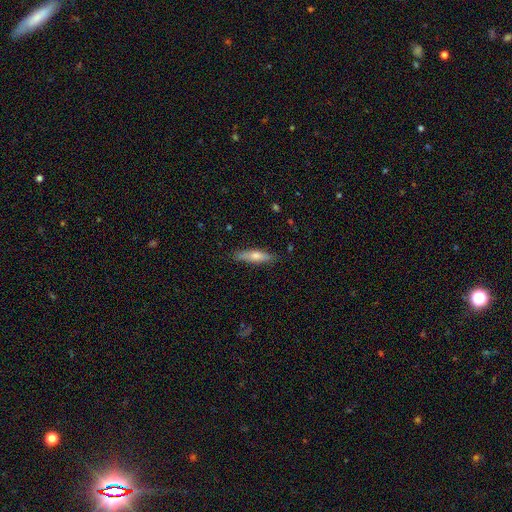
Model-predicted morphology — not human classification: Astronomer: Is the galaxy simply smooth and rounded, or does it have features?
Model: smooth — 56% (runner-up: featured or disk, 37%).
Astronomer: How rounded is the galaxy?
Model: cigar-shaped — 76%.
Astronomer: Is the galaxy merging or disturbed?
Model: none — 84%.